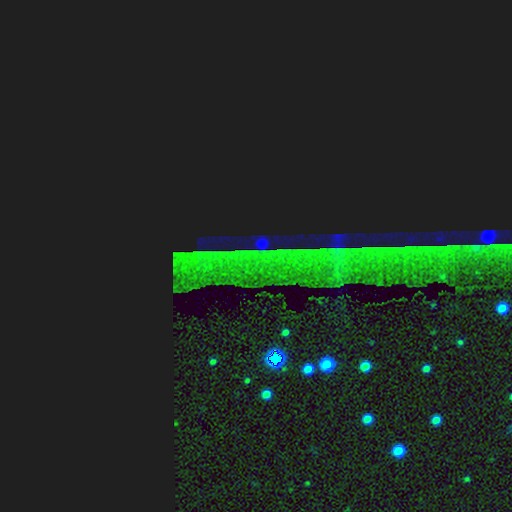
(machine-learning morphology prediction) Q: Smooth or featured?
A: star or artifact (86%); runner-up: smooth (7%)